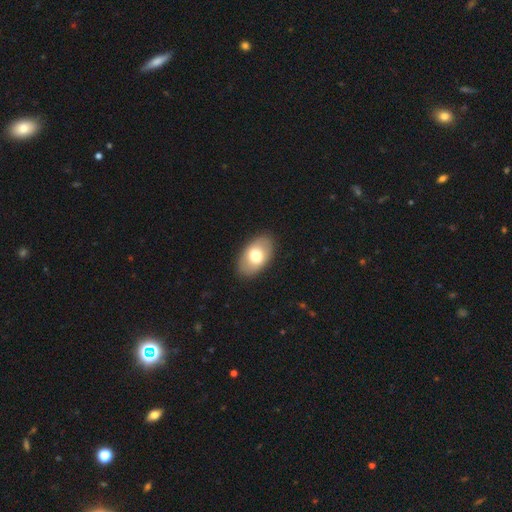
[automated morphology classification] Smooth or featured? smooth (68%)
How rounded? in between (92%)
Merging? none (88%)